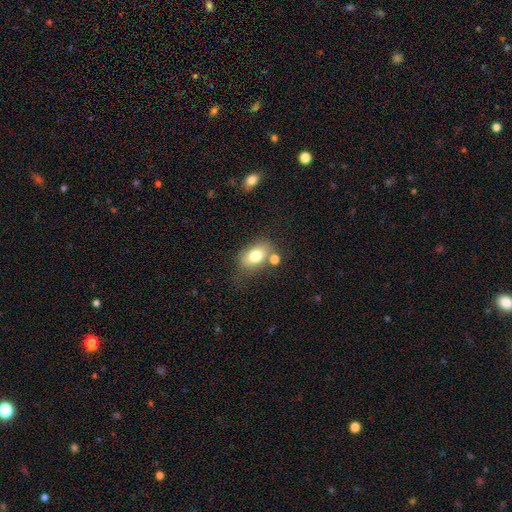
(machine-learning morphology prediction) The model was most divided on "merging": none: 58%, minor disturbance: 18%, merger: 17%, major disturbance: 7%. More confident: how rounded — in between (83%); smooth or featured — smooth (76%).